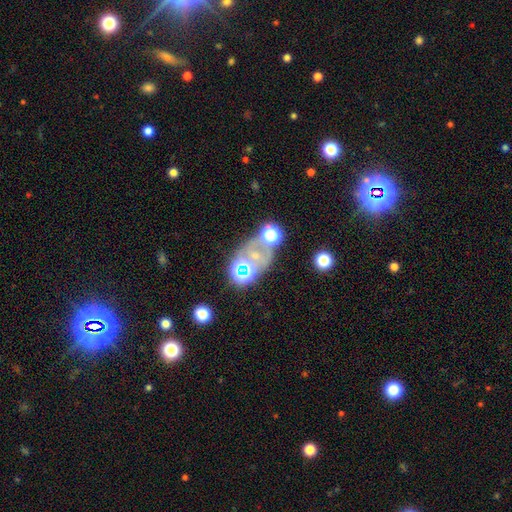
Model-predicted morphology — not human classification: Q: Smooth or featured?
A: star or artifact (38%); runner-up: featured or disk (32%)